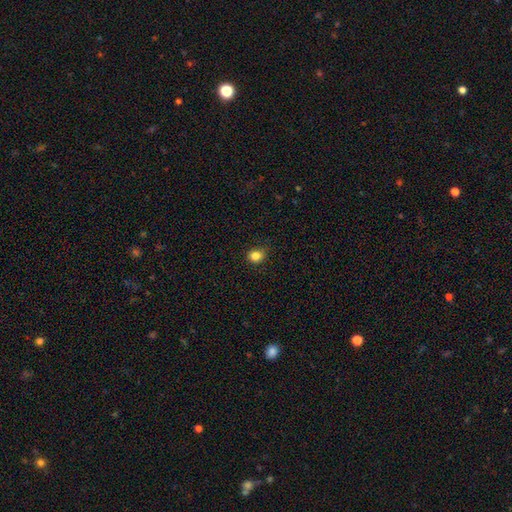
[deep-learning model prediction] Morphology: type=smooth (84%); roundness=round (71%); merging=none (84%).